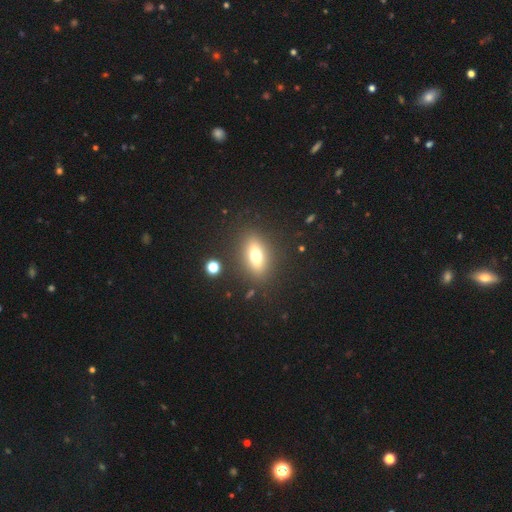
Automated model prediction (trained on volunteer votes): Smooth or featured? Predicted: smooth (p=0.66). How rounded? Predicted: in between (p=0.76). Merging? Predicted: none (p=0.85).